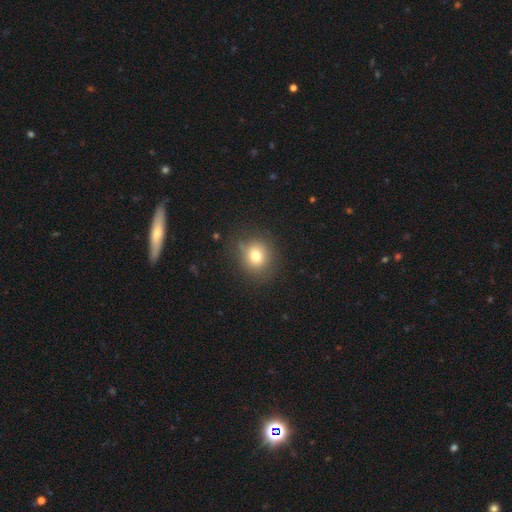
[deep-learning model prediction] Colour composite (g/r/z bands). It shows a smooth galaxy with no disk features (76%) that is round (81%). Merging: none (79%).